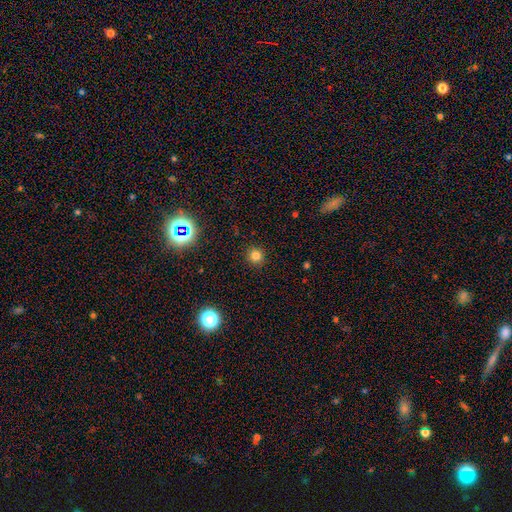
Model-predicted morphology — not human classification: Smooth or featured: smooth — 79% (star or artifact — 16%)
How rounded: round — 93% (in between — 6%)
Merging: none — 92% (minor disturbance — 5%)